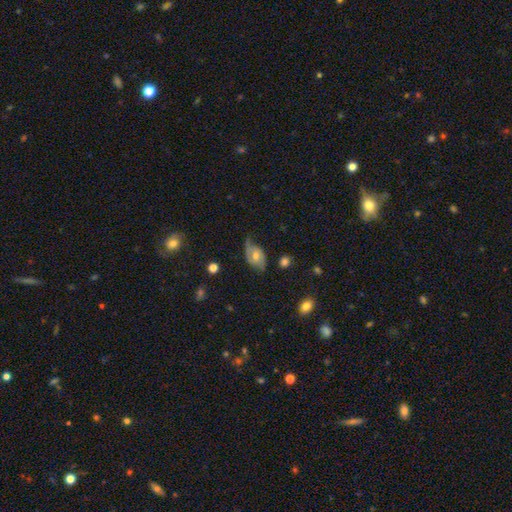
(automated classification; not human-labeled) Q: Smooth or featured?
A: featured or disk (61%); runner-up: smooth (31%)
Q: Edge-on disk?
A: no (94%); runner-up: yes (6%)
Q: Bar?
A: no (71%); runner-up: weak (24%)
Q: Spiral arms?
A: yes (83%); runner-up: no (17%)
Q: Bulge size?
A: moderate (60%); runner-up: small (33%)
Q: Merging?
A: none (49%); runner-up: minor disturbance (34%)